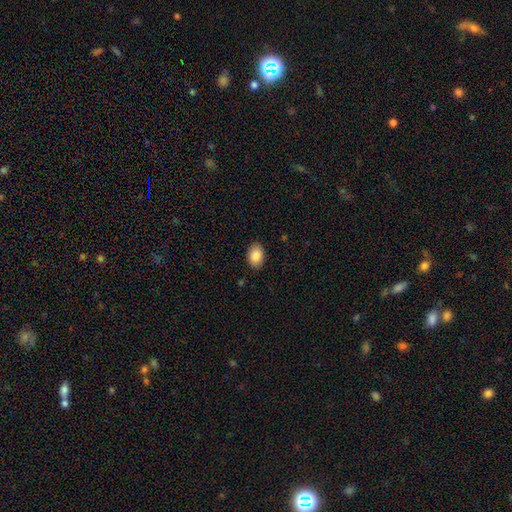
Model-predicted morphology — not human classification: smooth_or_featured: smooth (p=0.88) [alt: star or artifact p=0.07]
how_rounded: in between (p=0.86) [alt: round p=0.13]
merging: none (p=0.88) [alt: minor disturbance p=0.09]